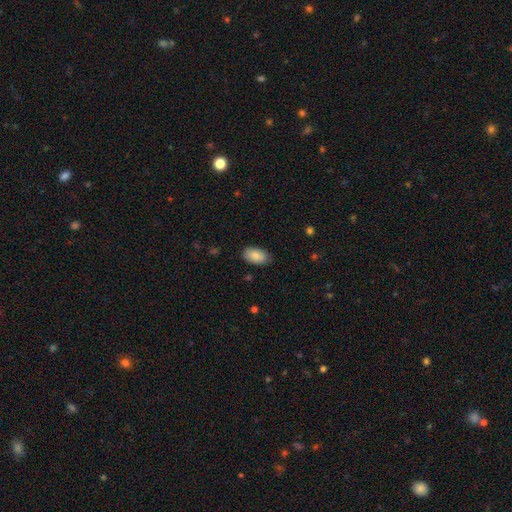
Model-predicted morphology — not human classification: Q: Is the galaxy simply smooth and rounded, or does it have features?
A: smooth — 83%.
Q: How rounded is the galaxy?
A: in between — 94%.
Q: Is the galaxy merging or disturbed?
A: none — 82%.